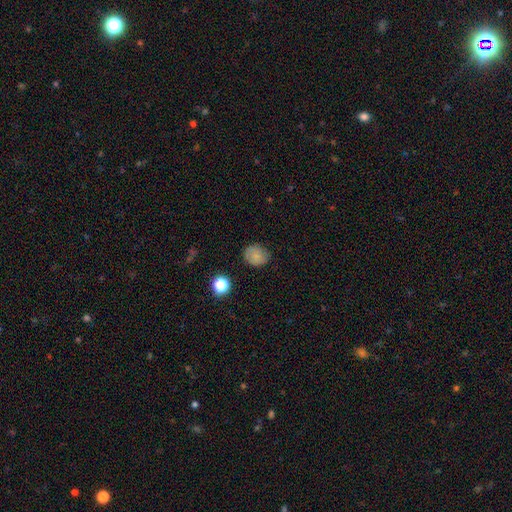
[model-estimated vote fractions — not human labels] Overall: smooth (78%). How rounded: round (70%). Merging: none (80%).